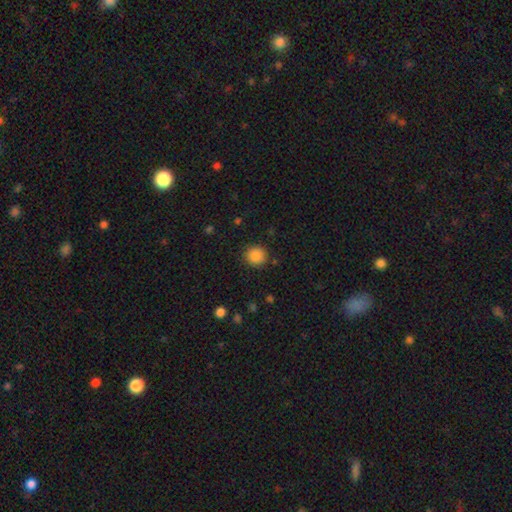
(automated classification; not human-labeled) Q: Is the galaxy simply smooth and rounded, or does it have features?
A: smooth — 87%.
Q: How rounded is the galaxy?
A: round — 90%.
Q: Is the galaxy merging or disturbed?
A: none — 89%.